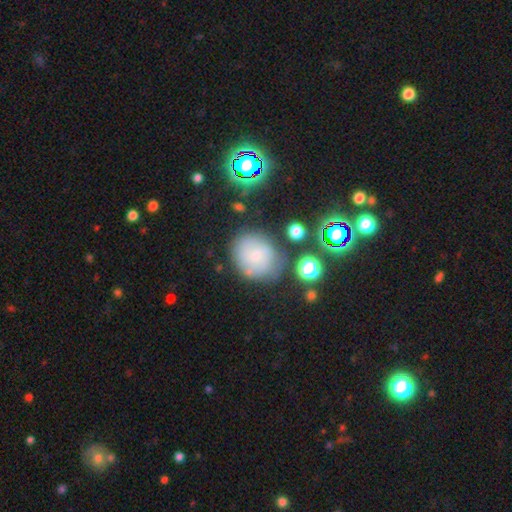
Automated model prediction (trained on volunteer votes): A smooth galaxy with no disk features (67%) that is round (74%).

Vote fractions:
- Smooth or featured? smooth: 67% / featured or disk: 20% / star or artifact: 14%
- How rounded? round: 74% / in between: 25% / cigar-shaped: 1%
- Merging? none: 69% / minor disturbance: 18% / major disturbance: 7% / merger: 6%